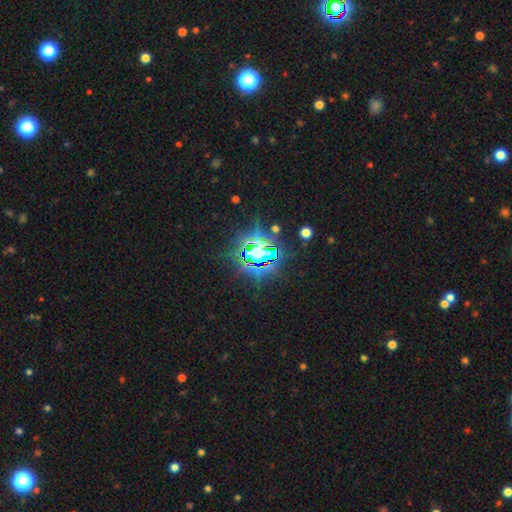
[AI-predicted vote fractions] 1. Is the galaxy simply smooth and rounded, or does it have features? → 75% star or artifact, 14% smooth, 11% featured or disk.